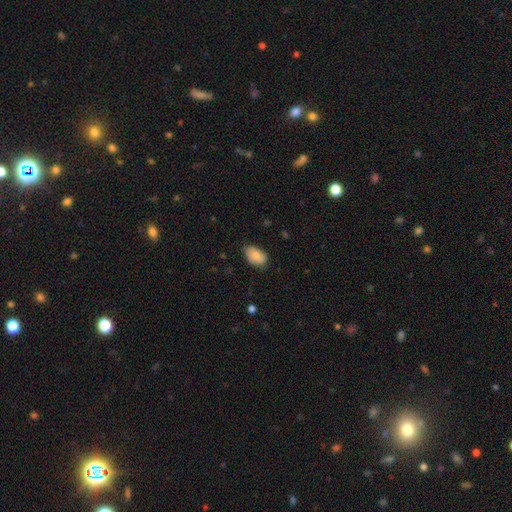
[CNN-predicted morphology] Smooth or featured? Predicted: smooth (p=0.82). How rounded? Predicted: in between (p=0.92). Merging? Predicted: none (p=0.71).